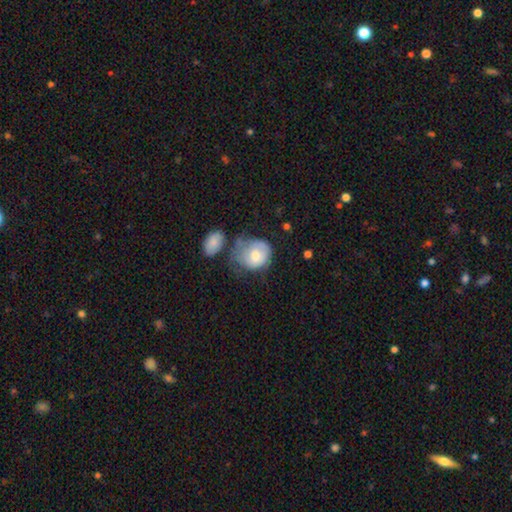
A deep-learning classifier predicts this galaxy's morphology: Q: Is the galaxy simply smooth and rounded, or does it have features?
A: smooth — 64%.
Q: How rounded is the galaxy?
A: round — 65%.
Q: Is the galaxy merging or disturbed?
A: minor disturbance — 29%.